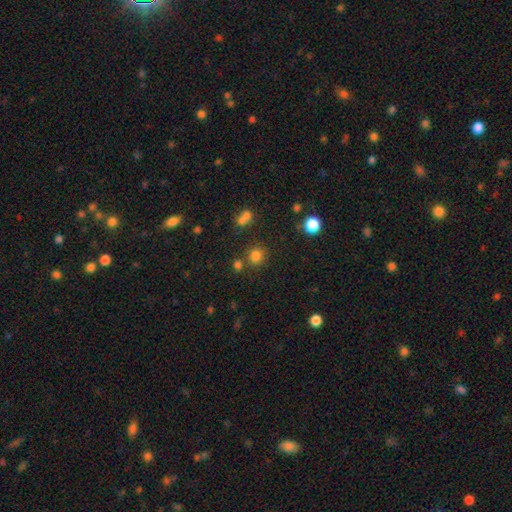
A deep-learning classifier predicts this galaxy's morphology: smooth_or_featured: smooth (p=0.78) [alt: star or artifact p=0.17]
how_rounded: round (p=0.88) [alt: in between p=0.11]
merging: none (p=0.75) [alt: merger p=0.13]